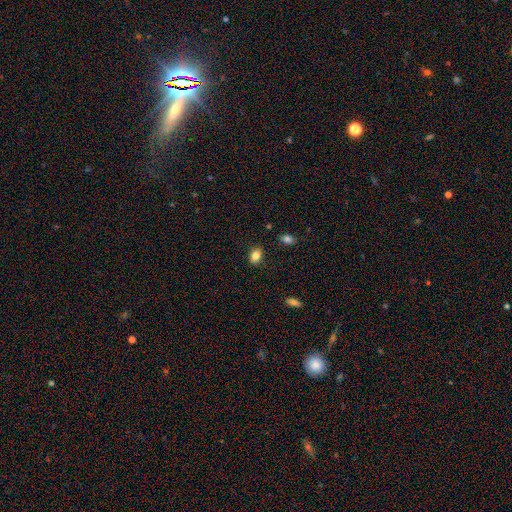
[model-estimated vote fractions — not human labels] smooth 83%, star or artifact 9%, featured or disk 8%. Down the decision tree: how rounded — in between (80%); merging — none (86%).